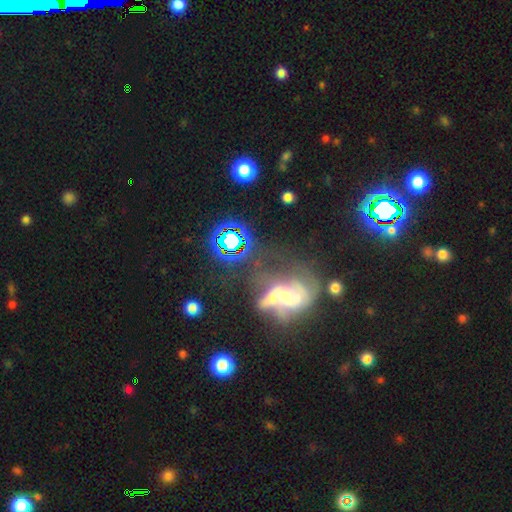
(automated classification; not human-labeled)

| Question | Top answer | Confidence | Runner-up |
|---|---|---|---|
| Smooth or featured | featured or disk | 42% | star or artifact (38%) |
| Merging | none | 37% | major disturbance (26%) |